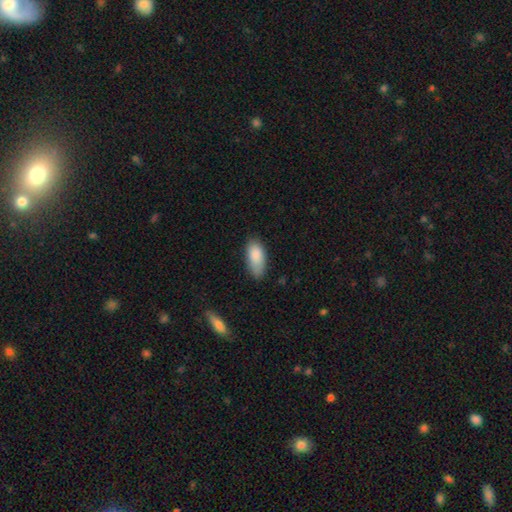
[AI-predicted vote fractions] Smooth or featured?
  - smooth: 86% *
  - featured or disk: 7%
  - star or artifact: 7%
How rounded?
  - in between: 89% *
  - cigar-shaped: 9%
  - round: 2%
Merging?
  - none: 73% *
  - minor disturbance: 21%
  - major disturbance: 4%
  - merger: 2%